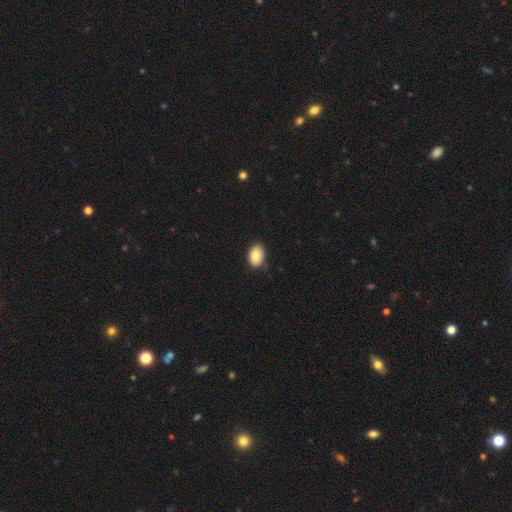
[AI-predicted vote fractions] A smooth galaxy with no disk features (84%) that is in between round and cigar-shaped (86%).

Vote fractions:
- Smooth or featured? smooth: 84% / featured or disk: 8% / star or artifact: 7%
- How rounded? in between: 86% / round: 13% / cigar-shaped: 1%
- Merging? none: 80% / minor disturbance: 16% / major disturbance: 3% / merger: 1%